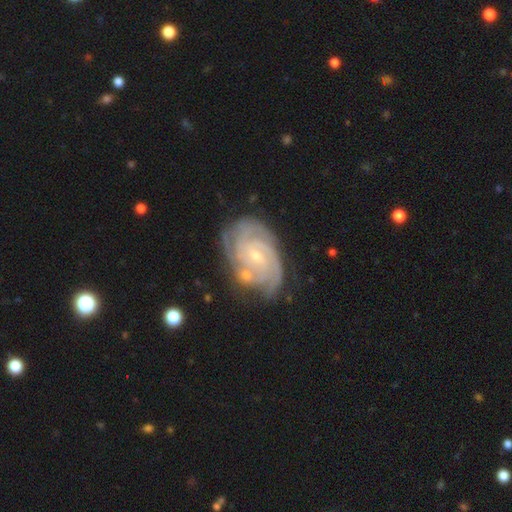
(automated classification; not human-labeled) Smooth or featured? featured or disk (88%)
Edge-on disk? no (97%)
Bar? no (44%, tied with weak)
Spiral arms? yes (98%)
Spiral winding? tight (77%)
Spiral arm count? 3 (25%)
Bulge size? small (73%)
Merging? none (65%)